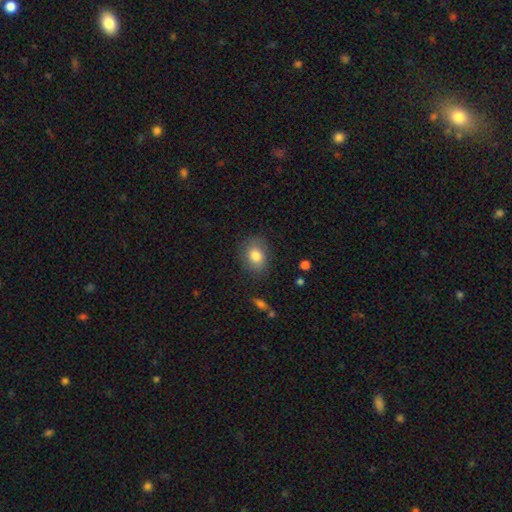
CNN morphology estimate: Smooth or featured?
  - smooth: 80% *
  - featured or disk: 12%
  - star or artifact: 8%
How rounded?
  - in between: 58% *
  - round: 41%
  - cigar-shaped: 1%
Merging?
  - none: 77% *
  - minor disturbance: 17%
  - major disturbance: 5%
  - merger: 2%